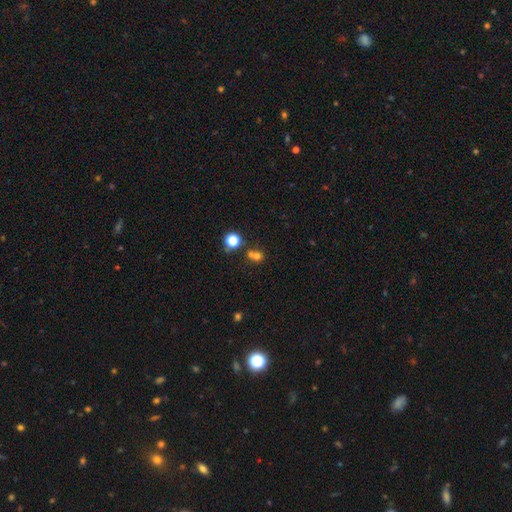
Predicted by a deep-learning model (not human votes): This appears to be a smooth galaxy with no disk features (68%) that is round (81%). Merging: none (45%).